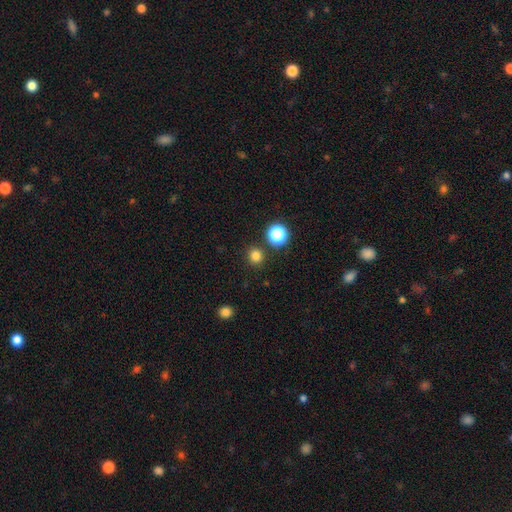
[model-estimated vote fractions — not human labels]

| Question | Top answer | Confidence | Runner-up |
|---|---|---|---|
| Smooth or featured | smooth | 80% | star or artifact (16%) |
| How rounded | round | 92% | in between (7%) |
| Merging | none | 88% | minor disturbance (6%) |